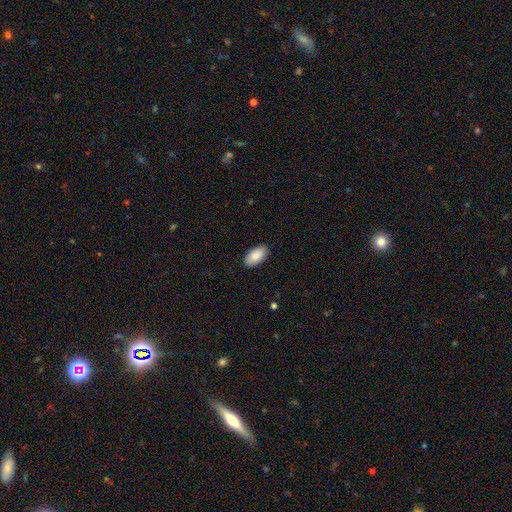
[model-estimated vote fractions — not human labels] Smooth or featured?
  - smooth: 89% *
  - star or artifact: 6%
  - featured or disk: 5%
How rounded?
  - in between: 95% *
  - cigar-shaped: 3%
  - round: 2%
Merging?
  - none: 89% *
  - minor disturbance: 8%
  - major disturbance: 2%
  - merger: 1%